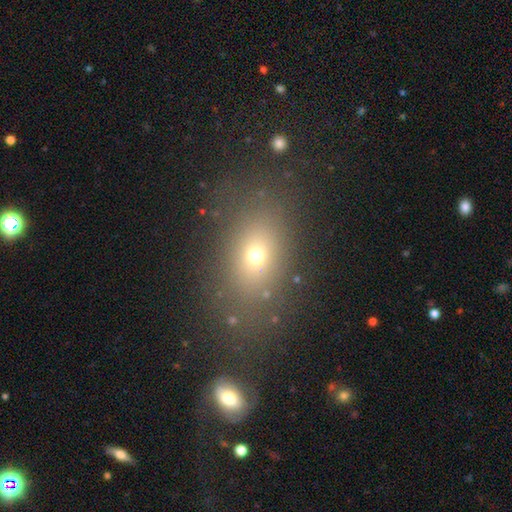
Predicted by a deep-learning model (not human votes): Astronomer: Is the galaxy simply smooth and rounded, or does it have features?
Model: smooth — 65%.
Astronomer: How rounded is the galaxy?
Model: in between — 69%.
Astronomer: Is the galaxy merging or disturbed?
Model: none — 78%.